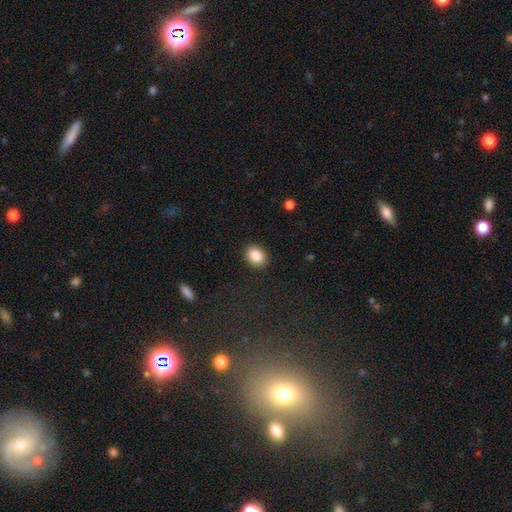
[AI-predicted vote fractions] Overall: smooth (86%). How rounded: in between (54%; round 45%). Merging: none (90%).